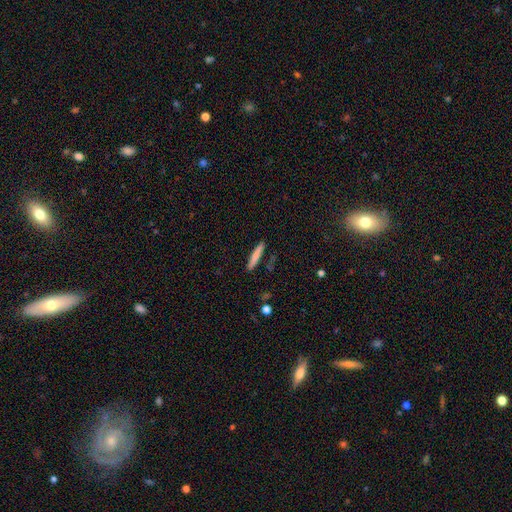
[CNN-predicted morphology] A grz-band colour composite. It shows a smooth galaxy with no disk features (78%) that is cigar-shaped (94%). Merging: none (88%).